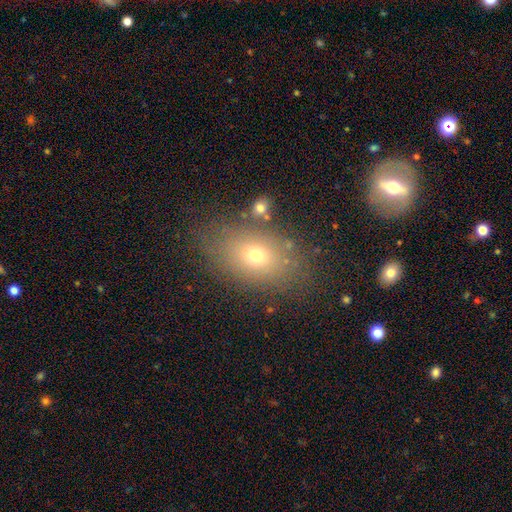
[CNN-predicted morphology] smooth-or-featured: smooth: 67% | featured or disk: 18% | star or artifact: 16%
  how-rounded: in between: 78% | round: 20% | cigar-shaped: 2%
  merging: none: 76% | minor disturbance: 13% | major disturbance: 6% | merger: 5%